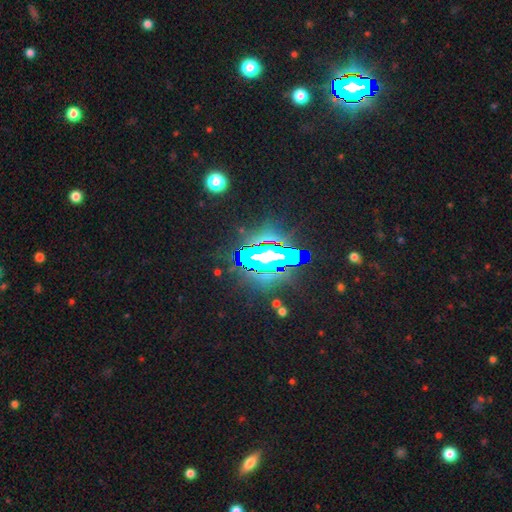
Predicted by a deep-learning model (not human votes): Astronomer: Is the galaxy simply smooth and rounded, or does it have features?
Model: star or artifact — 69%.